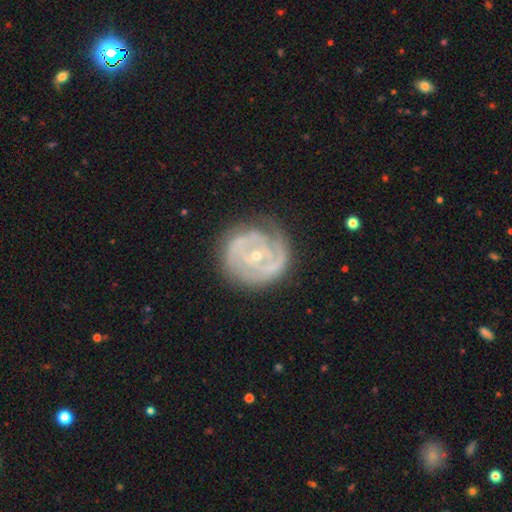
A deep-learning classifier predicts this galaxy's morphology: smooth_or_featured: featured or disk (p=0.84) [alt: smooth p=0.10]
disk_edge_on: no (p=0.97) [alt: yes p=0.03]
bar: no (p=0.63) [alt: weak p=0.27]
has_spiral_arms: yes (p=0.91) [alt: no p=0.09]
spiral_winding: tight (p=0.69) [alt: medium p=0.25]
spiral_arm_count: 2 (p=0.42) [alt: can't tell p=0.24]
bulge_size: small (p=0.69) [alt: moderate p=0.28]
merging: none (p=0.73) [alt: minor disturbance p=0.18]